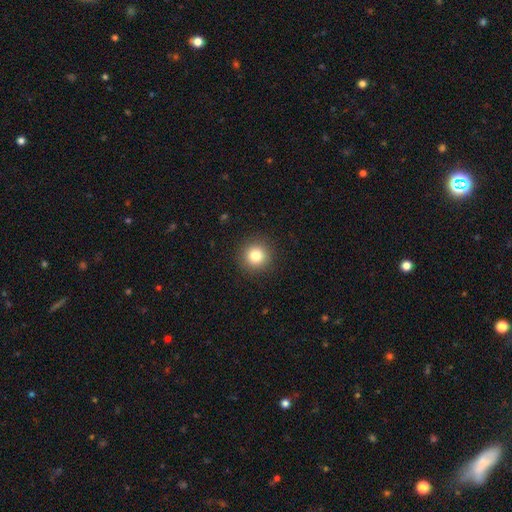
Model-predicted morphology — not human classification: Q: Smooth or featured?
A: smooth (83%); runner-up: star or artifact (11%)
Q: How rounded?
A: round (94%); runner-up: in between (5%)
Q: Merging?
A: none (91%); runner-up: minor disturbance (6%)